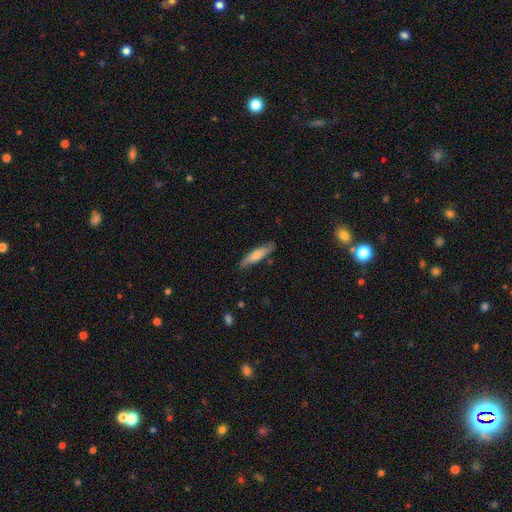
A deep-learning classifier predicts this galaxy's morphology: type=smooth (64%); roundness=cigar-shaped (77%); merging=none (82%).